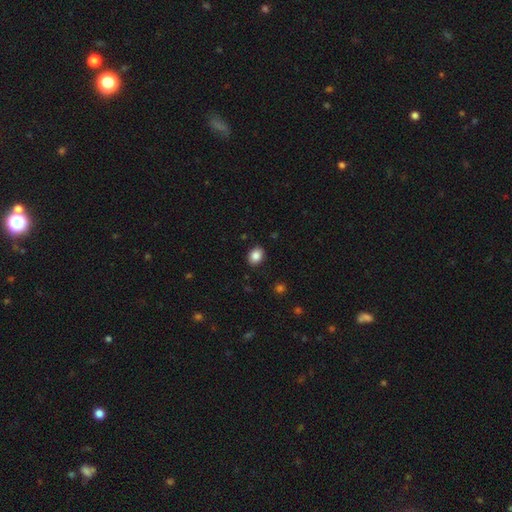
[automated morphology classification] Smooth or featured: smooth — 87% (star or artifact — 9%)
How rounded: in between — 66% (round — 34%)
Merging: none — 88% (minor disturbance — 9%)